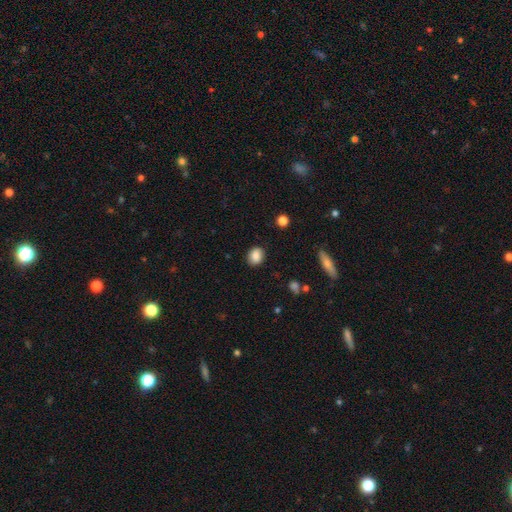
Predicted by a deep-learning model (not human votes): Q: Smooth or featured?
A: smooth (86%); runner-up: star or artifact (9%)
Q: How rounded?
A: round (52%); runner-up: in between (47%)
Q: Merging?
A: none (87%); runner-up: minor disturbance (9%)